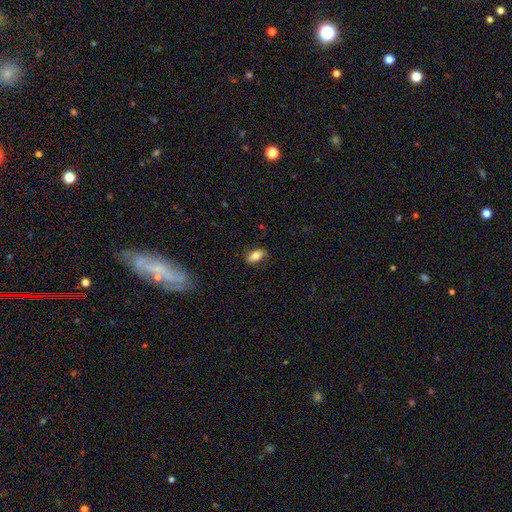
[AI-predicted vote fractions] This is likely a smooth galaxy (78%). How rounded: clearly in between (89%). Merging: clearly none (83%).